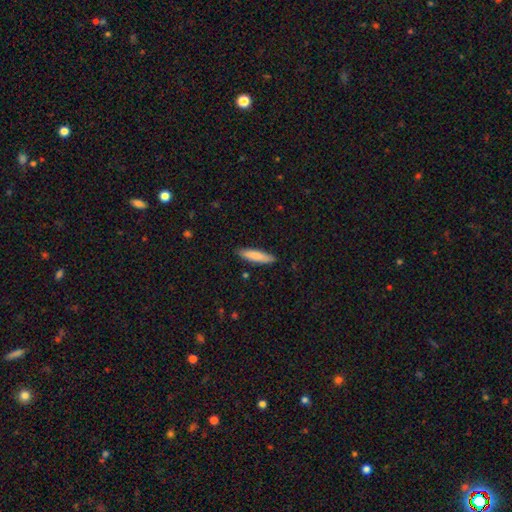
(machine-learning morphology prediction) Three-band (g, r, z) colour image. It shows a smooth galaxy with no disk features (83%) that is cigar-shaped (79%). Merging: none (87%).